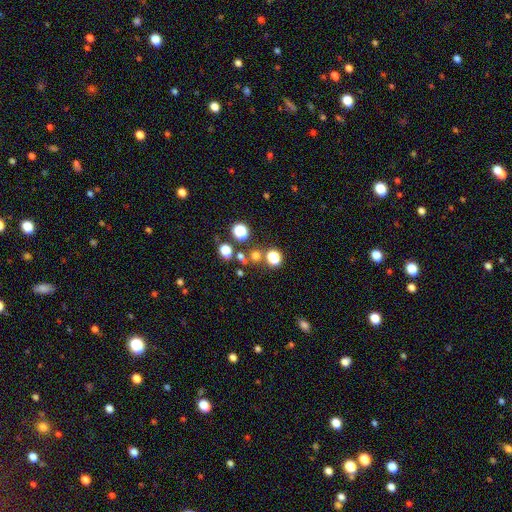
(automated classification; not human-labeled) Smooth or featured? smooth (59%)
How rounded? round (87%)
Merging? none (68%)